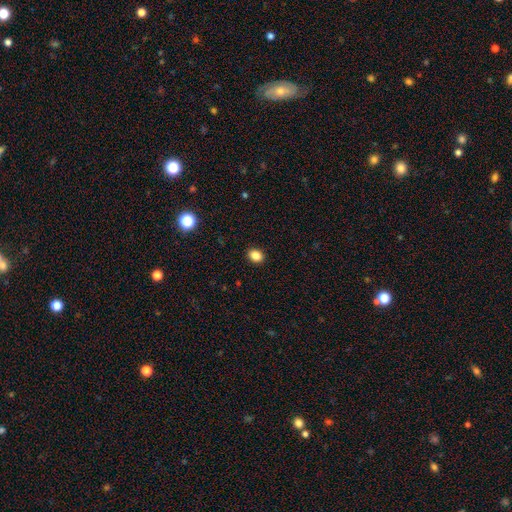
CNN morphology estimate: A smooth galaxy with no disk features (85%) that is round (50%). Merging: none (91%).